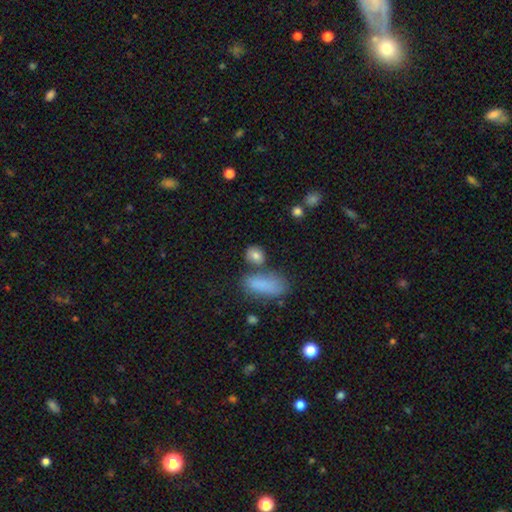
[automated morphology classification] smooth 82%, star or artifact 9%, featured or disk 9%. Down the decision tree: how rounded — in between (55%); merging — none (65%).